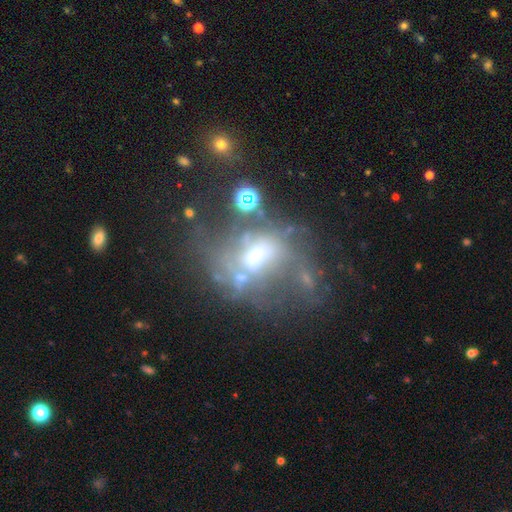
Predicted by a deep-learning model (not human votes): A featured or disk galaxy (58%) with no bar (57%), no spiral arms (68%) and a moderate central bulge (40%).

Vote fractions:
- Smooth or featured? featured or disk: 58% / smooth: 22% / star or artifact: 20%
- Edge-on disk? no: 95% / yes: 5%
- Bar? no: 57% / weak: 28% / strong: 15%
- Spiral arms? no: 68% / yes: 32%
- Bulge size? moderate: 40% / small: 28% / none: 16% / large: 13% / dominant: 3%
- Merging? major disturbance: 34% / none: 31% / merger: 18% / minor disturbance: 16%